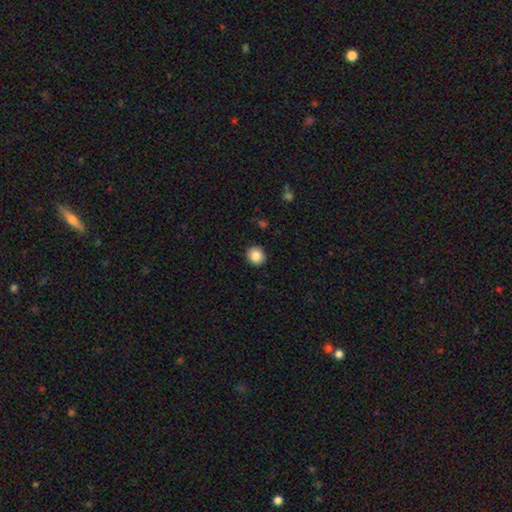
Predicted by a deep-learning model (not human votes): A smooth galaxy with no disk features (86%) that is round (86%).

Vote fractions:
- Smooth or featured? smooth: 86% / star or artifact: 9% / featured or disk: 6%
- How rounded? round: 86% / in between: 13% / cigar-shaped: 1%
- Merging? none: 92% / minor disturbance: 6% / major disturbance: 2% / merger: 1%